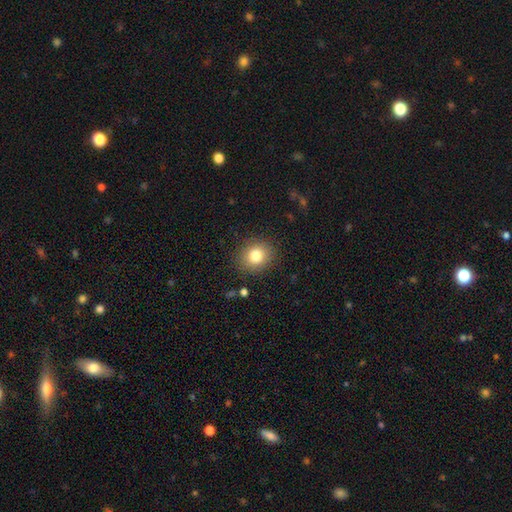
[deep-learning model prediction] Smooth or featured: smooth — 80% (star or artifact — 11%)
How rounded: round — 73% (in between — 26%)
Merging: none — 87% (minor disturbance — 9%)